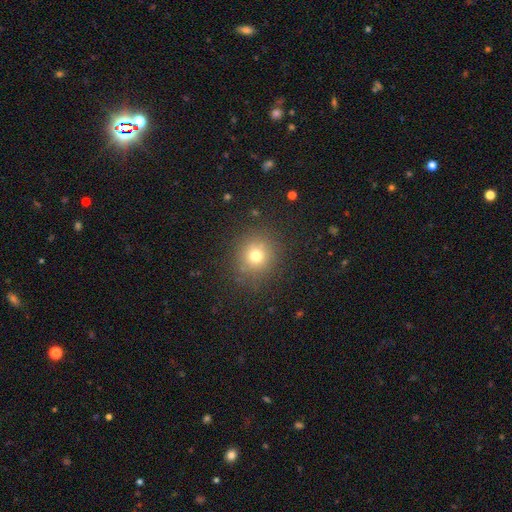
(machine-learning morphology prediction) smooth_or_featured: smooth (p=0.73) [alt: star or artifact p=0.17]
how_rounded: round (p=0.90) [alt: in between p=0.09]
merging: none (p=0.85) [alt: minor disturbance p=0.09]